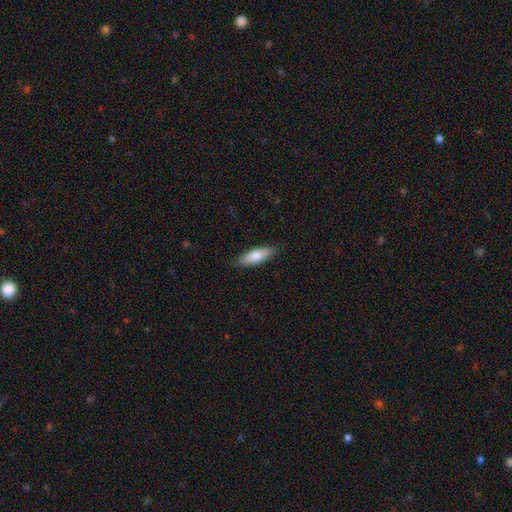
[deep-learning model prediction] Morphology: type=smooth (76%); roundness=in between (59%); merging=none (87%).